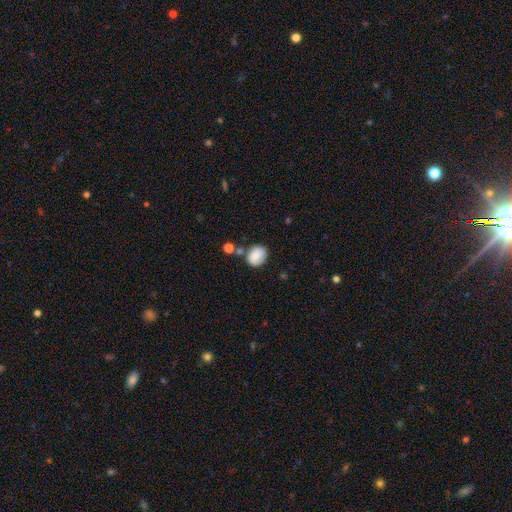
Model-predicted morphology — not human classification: This appears to be a smooth galaxy with no disk features (83%) that is round (59%). Merging: none (63%).